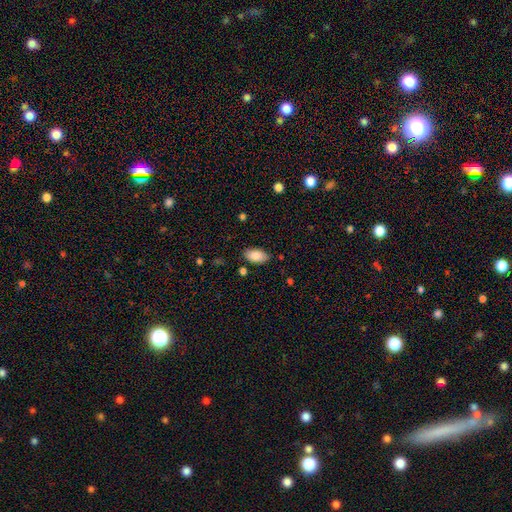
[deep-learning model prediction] Q: Smooth or featured?
A: smooth (85%); runner-up: featured or disk (8%)
Q: How rounded?
A: in between (95%); runner-up: round (3%)
Q: Merging?
A: none (83%); runner-up: minor disturbance (12%)